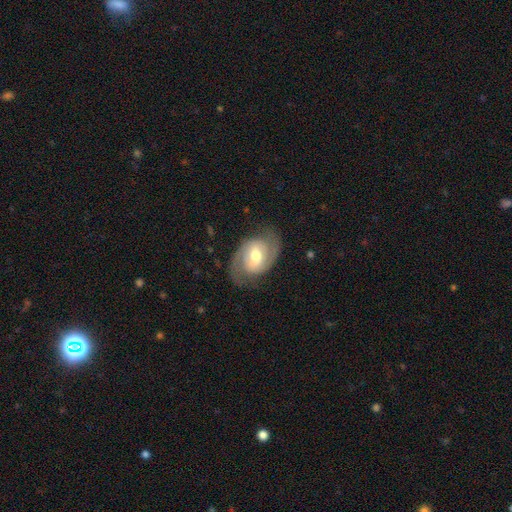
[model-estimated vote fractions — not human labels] A featured or disk galaxy (81%) with a weak bar (48%), 2 (90%) medium (49%) spiral arms (92%) and a moderate central bulge (71%). Merging: none (76%).